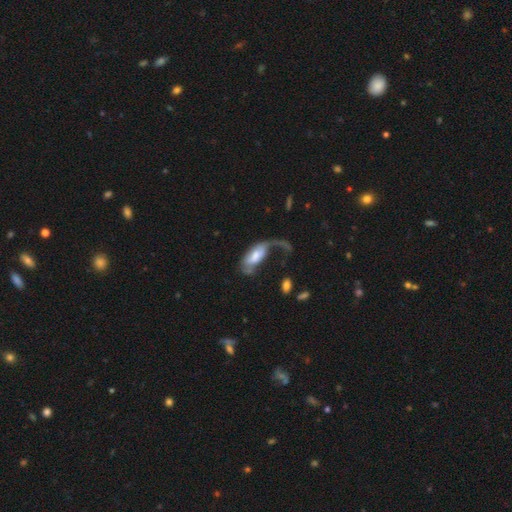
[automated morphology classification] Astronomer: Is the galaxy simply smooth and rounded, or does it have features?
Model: smooth — 49% (runner-up: featured or disk, 44%).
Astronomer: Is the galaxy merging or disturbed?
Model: major disturbance — 57%.